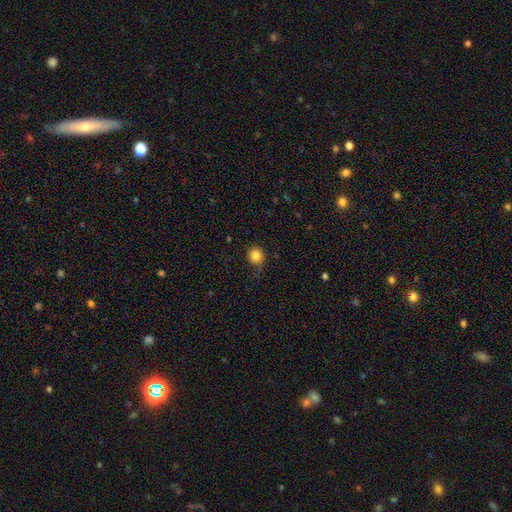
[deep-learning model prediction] Overall: smooth (84%). How rounded: round (84%). Merging: none (82%).